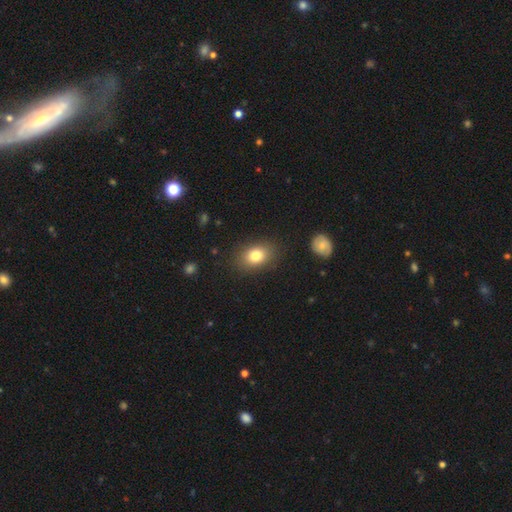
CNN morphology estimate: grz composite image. It shows a smooth galaxy with no disk features (80%) that is in between round and cigar-shaped (72%). Merging: none (84%).